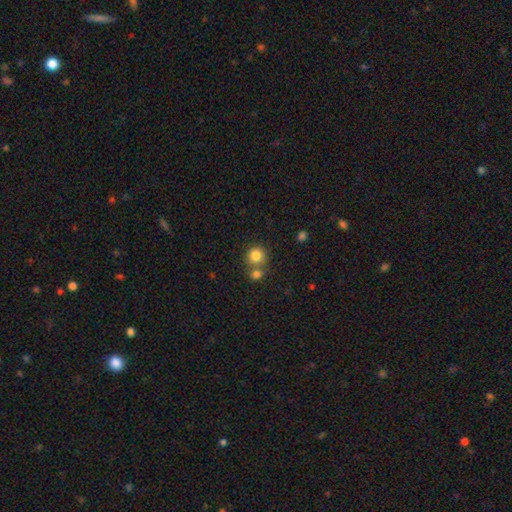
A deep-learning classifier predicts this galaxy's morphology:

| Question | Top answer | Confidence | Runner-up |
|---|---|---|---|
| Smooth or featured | smooth | 83% | star or artifact (11%) |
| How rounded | round | 91% | in between (8%) |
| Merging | none | 59% | merger (31%) |